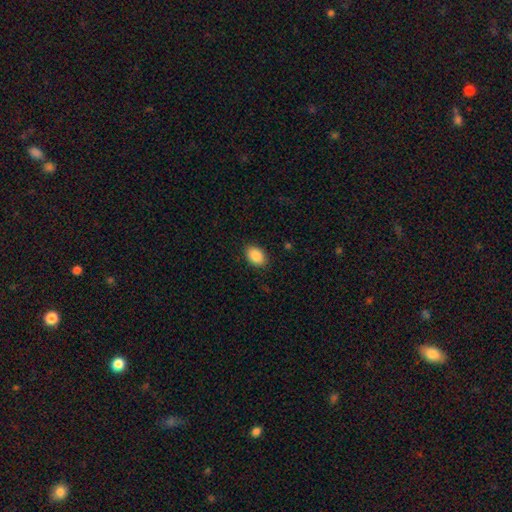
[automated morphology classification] Smooth or featured? smooth (89%)
How rounded? in between (83%)
Merging? none (88%)